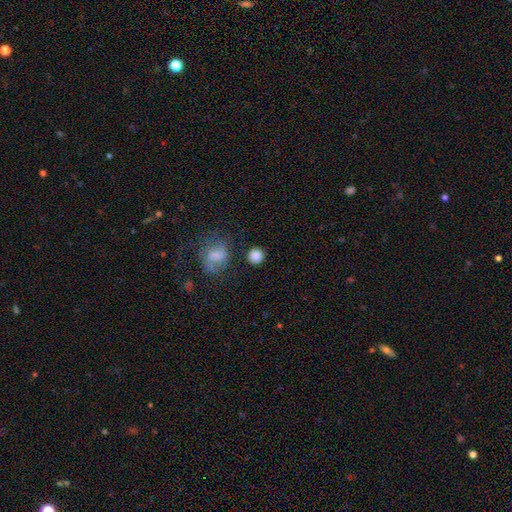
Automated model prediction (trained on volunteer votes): Smooth or featured? smooth (83%)
How rounded? round (92%)
Merging? none (82%)